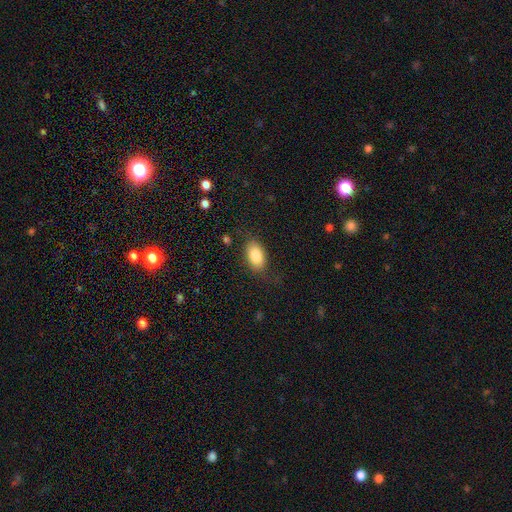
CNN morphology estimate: smooth 84%, featured or disk 9%, star or artifact 7%. Down the decision tree: how rounded — in between (92%); merging — none (77%).